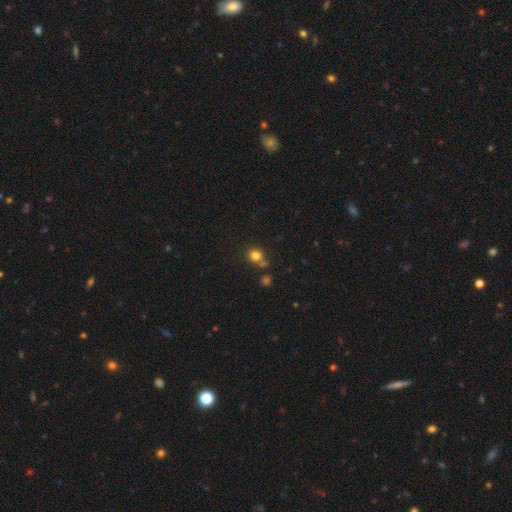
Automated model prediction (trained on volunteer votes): smooth-or-featured: smooth: 80% | star or artifact: 14% | featured or disk: 6%
  how-rounded: round: 86% | in between: 13% | cigar-shaped: 1%
  merging: none: 67% | merger: 18% | minor disturbance: 11% | major disturbance: 4%